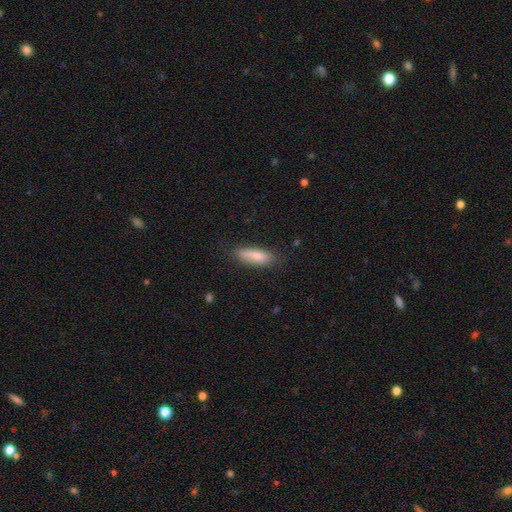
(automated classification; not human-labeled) A smooth galaxy with no disk features (78%) that is in between round and cigar-shaped (59%).

Vote fractions:
- Smooth or featured? smooth: 78% / featured or disk: 15% / star or artifact: 7%
- How rounded? in between: 59% / cigar-shaped: 39% / round: 2%
- Merging? none: 76% / minor disturbance: 18% / major disturbance: 4% / merger: 2%